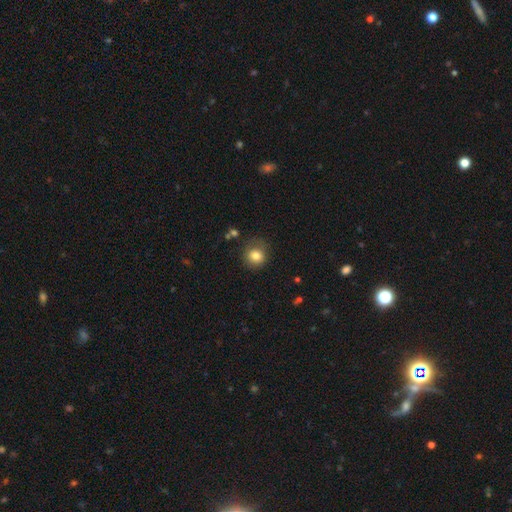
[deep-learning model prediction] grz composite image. It shows a smooth galaxy with no disk features (81%) that is round (80%). Merging: none (73%).